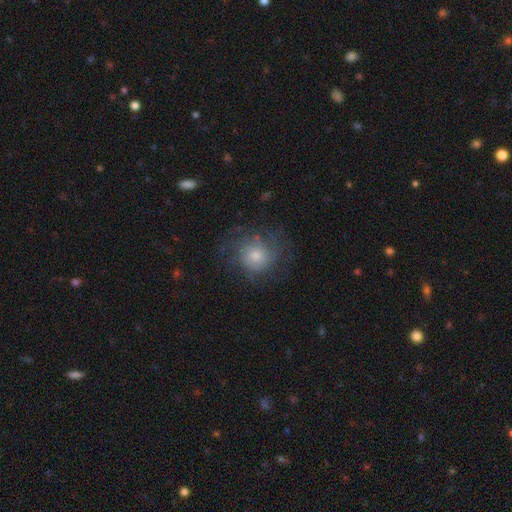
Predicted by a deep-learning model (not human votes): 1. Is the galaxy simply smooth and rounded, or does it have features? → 50% smooth, 38% featured or disk, 13% star or artifact.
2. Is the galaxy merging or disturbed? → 67% none, 17% minor disturbance, 14% major disturbance, 1% merger.